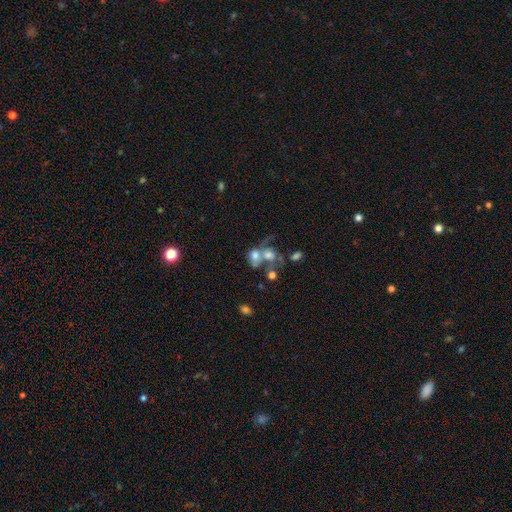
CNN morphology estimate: Smooth or featured?
  - smooth: 56% *
  - featured or disk: 31%
  - star or artifact: 13%
How rounded?
  - round: 54% *
  - in between: 44%
  - cigar-shaped: 2%
Merging?
  - merger: 62% *
  - none: 16%
  - major disturbance: 14%
  - minor disturbance: 8%